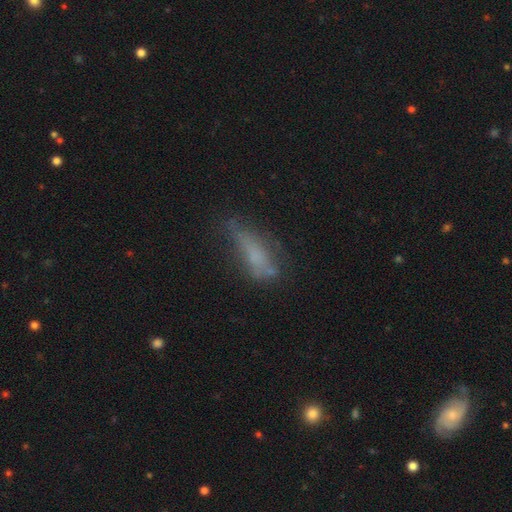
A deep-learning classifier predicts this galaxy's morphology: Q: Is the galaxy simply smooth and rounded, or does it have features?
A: smooth — 52%.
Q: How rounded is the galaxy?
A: in between — 51%.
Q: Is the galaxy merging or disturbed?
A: none — 40%.